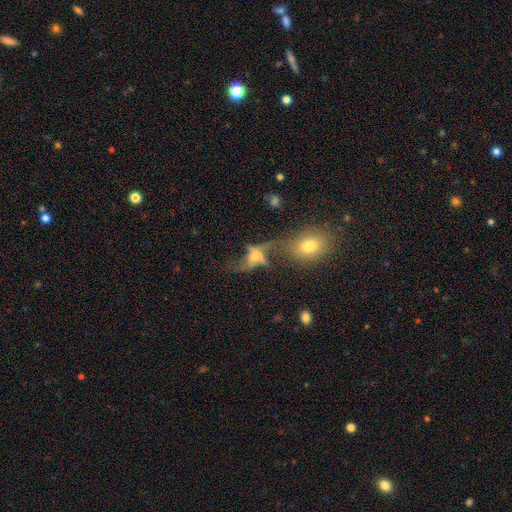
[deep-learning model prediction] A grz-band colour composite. It shows a featured or disk galaxy (58%). Merging: merger (43%).